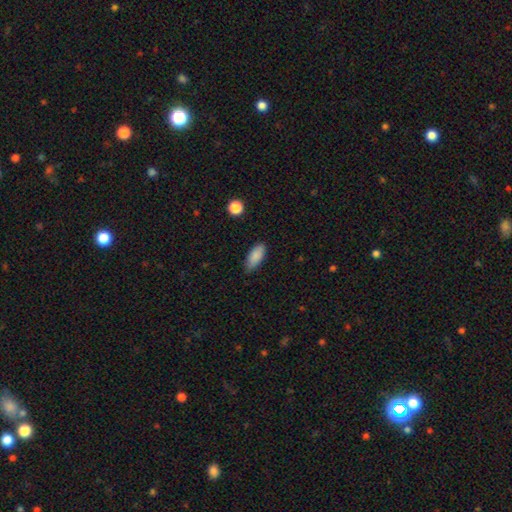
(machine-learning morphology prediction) A smooth galaxy with no disk features (87%) that is in between round and cigar-shaped (82%). Merging: none (80%).